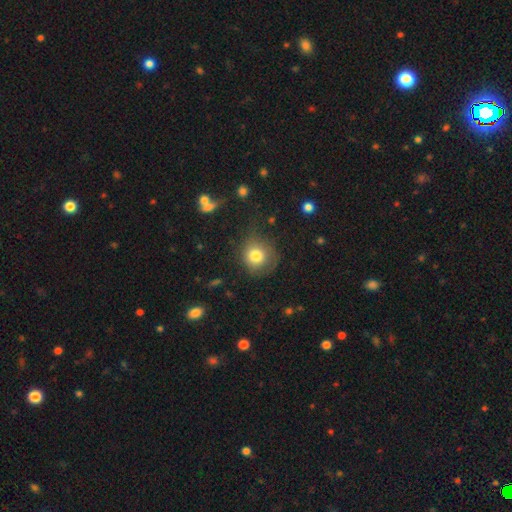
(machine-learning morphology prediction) A smooth galaxy with no disk features (79%) that is round (87%).

Vote fractions:
- Smooth or featured? smooth: 79% / featured or disk: 11% / star or artifact: 10%
- How rounded? round: 87% / in between: 12% / cigar-shaped: 1%
- Merging? none: 67% / minor disturbance: 21% / major disturbance: 10% / merger: 2%